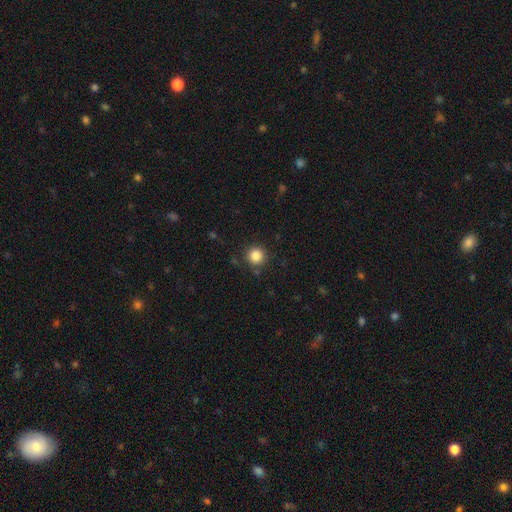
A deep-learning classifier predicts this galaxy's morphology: smooth_or_featured: smooth (p=0.85) [alt: star or artifact p=0.11]
how_rounded: round (p=0.94) [alt: in between p=0.05]
merging: none (p=0.87) [alt: minor disturbance p=0.08]